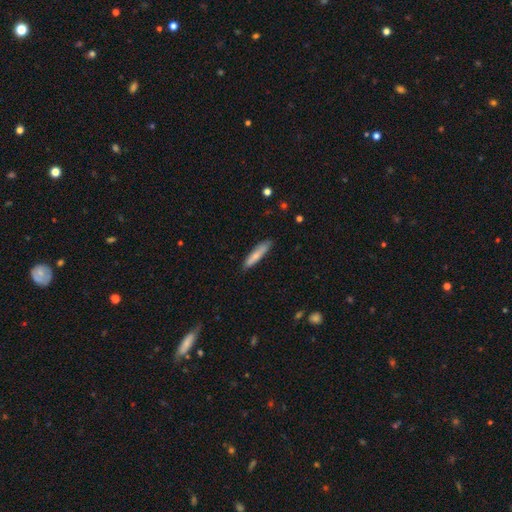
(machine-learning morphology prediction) Smooth or featured?
  - smooth: 76% *
  - featured or disk: 19%
  - star or artifact: 6%
How rounded?
  - cigar-shaped: 84% *
  - in between: 15%
  - round: 1%
Merging?
  - none: 84% *
  - minor disturbance: 13%
  - major disturbance: 2%
  - merger: 1%